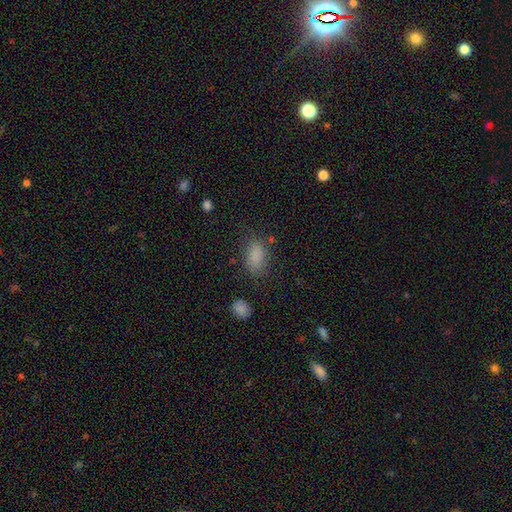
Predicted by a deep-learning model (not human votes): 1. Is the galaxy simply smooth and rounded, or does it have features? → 83% smooth, 12% star or artifact, 5% featured or disk.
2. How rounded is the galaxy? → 89% in between, 8% round, 3% cigar-shaped.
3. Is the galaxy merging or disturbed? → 73% none, 17% minor disturbance, 7% major disturbance, 3% merger.